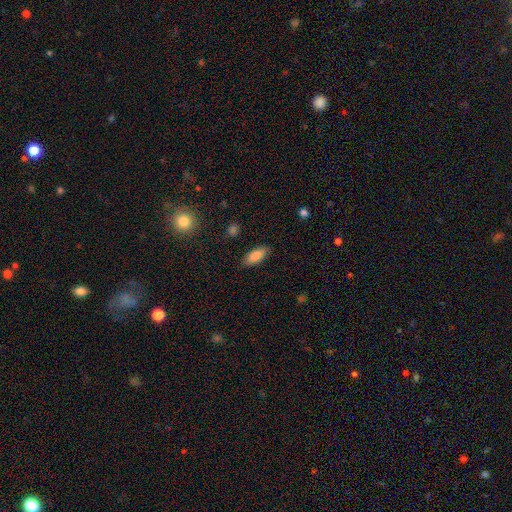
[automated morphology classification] A smooth galaxy with no disk features (84%) that is in between round and cigar-shaped (80%).

Vote fractions:
- Smooth or featured? smooth: 84% / featured or disk: 9% / star or artifact: 7%
- How rounded? in between: 80% / cigar-shaped: 17% / round: 2%
- Merging? none: 86% / minor disturbance: 10% / major disturbance: 2% / merger: 1%